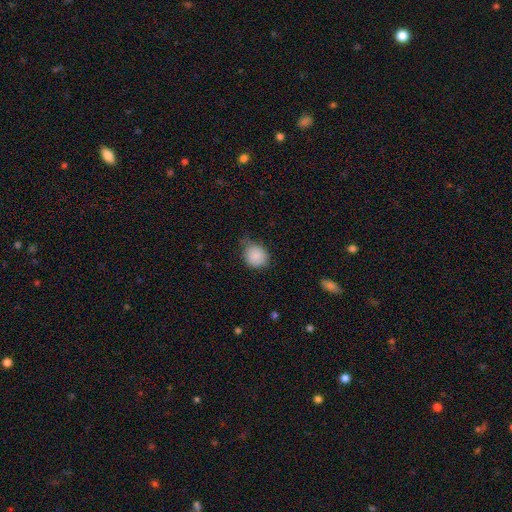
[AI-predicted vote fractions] This appears to be a smooth galaxy with no disk features (87%) that is round (74%). Merging: none (53%).